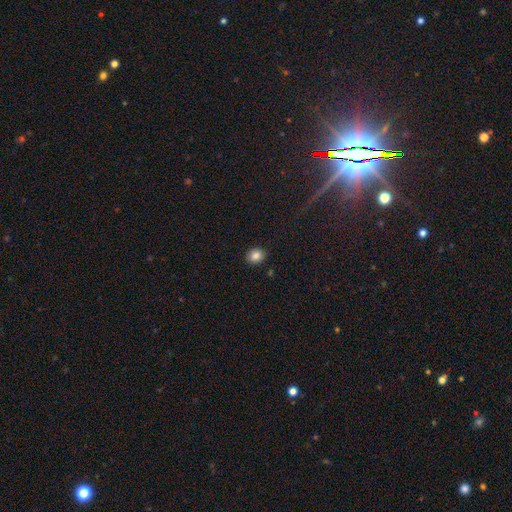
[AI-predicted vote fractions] Smooth or featured?
  - smooth: 85% *
  - star or artifact: 10%
  - featured or disk: 5%
How rounded?
  - round: 67% *
  - in between: 32%
  - cigar-shaped: 1%
Merging?
  - none: 88% *
  - minor disturbance: 9%
  - major disturbance: 2%
  - merger: 1%